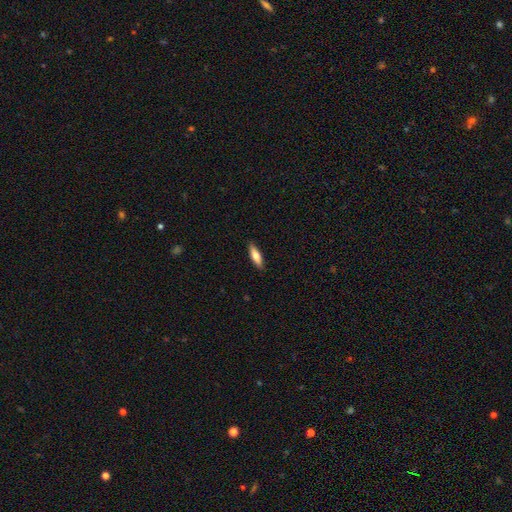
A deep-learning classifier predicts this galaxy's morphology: Smooth or featured? smooth (67%)
How rounded? cigar-shaped (55%)
Merging? none (90%)